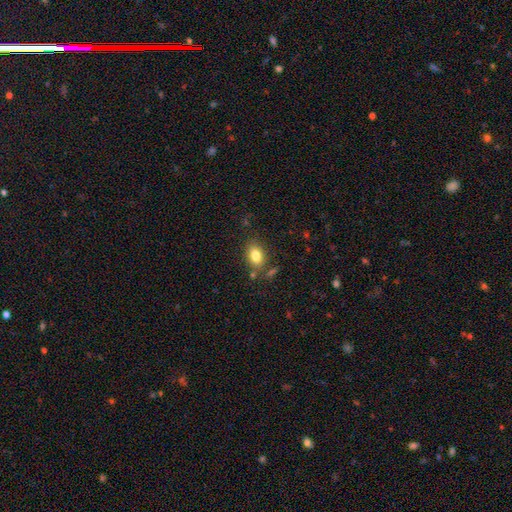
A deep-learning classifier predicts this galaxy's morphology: Smooth or featured: smooth — 82% (star or artifact — 9%)
How rounded: in between — 84% (round — 15%)
Merging: none — 77% (minor disturbance — 13%)